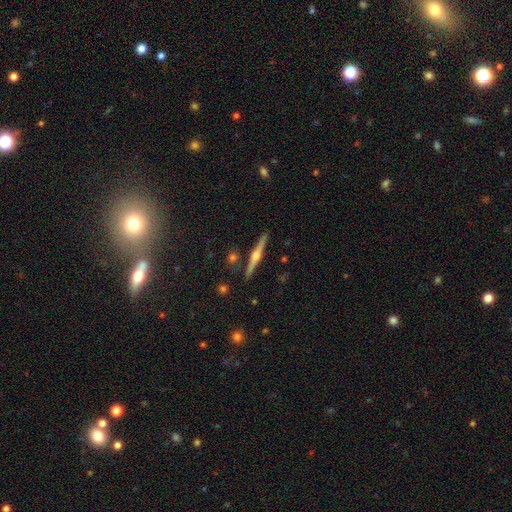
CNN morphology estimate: featured or disk 78%, smooth 16%, star or artifact 6%. Down the decision tree: edge-on disk — yes (98%); edge-on bulge — rounded (92%); merging — none (90%).